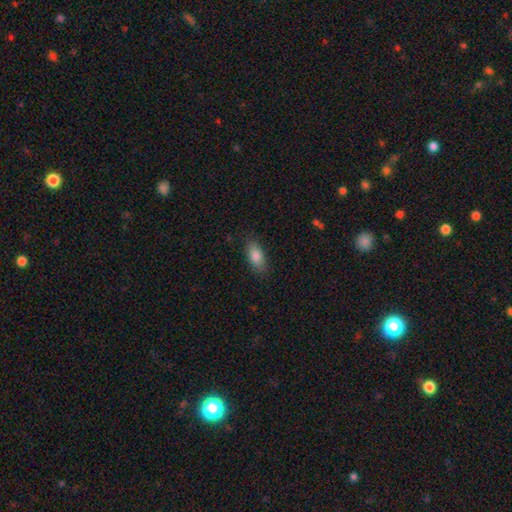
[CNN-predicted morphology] smooth_or_featured: smooth (p=0.87) [alt: star or artifact p=0.07]
how_rounded: in between (p=0.88) [alt: cigar-shaped p=0.09]
merging: none (p=0.83) [alt: minor disturbance p=0.12]